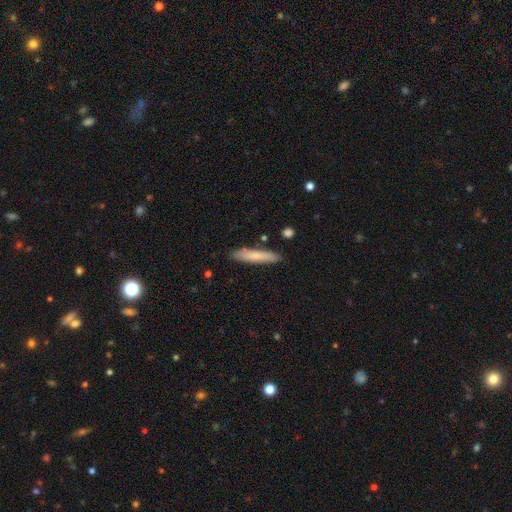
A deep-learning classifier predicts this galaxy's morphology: Overall: smooth (73%). How rounded: cigar-shaped (90%). Merging: none (86%).